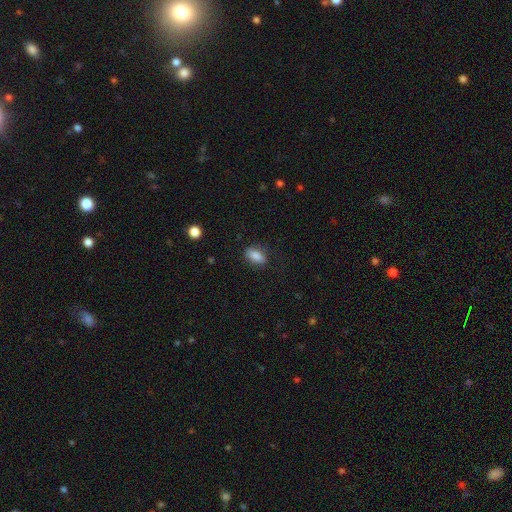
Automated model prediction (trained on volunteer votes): The model was most divided on "merging": none: 81%, minor disturbance: 14%, major disturbance: 4%, merger: 1%. More confident: how rounded — in between (87%); smooth or featured — smooth (86%).